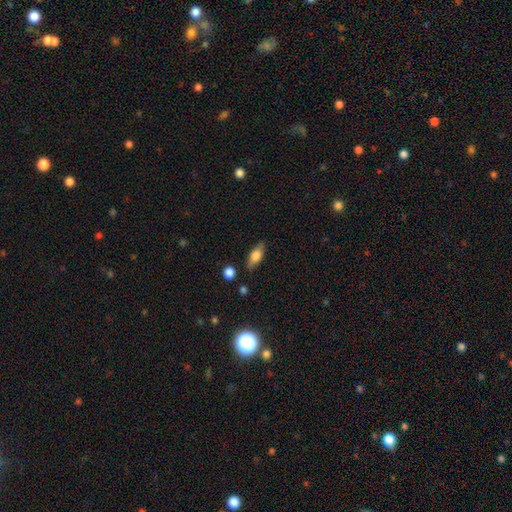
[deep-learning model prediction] The model was most divided on "smooth or featured": smooth: 69%, featured or disk: 23%, star or artifact: 8%. More confident: merging — none (81%); how rounded — in between (77%).